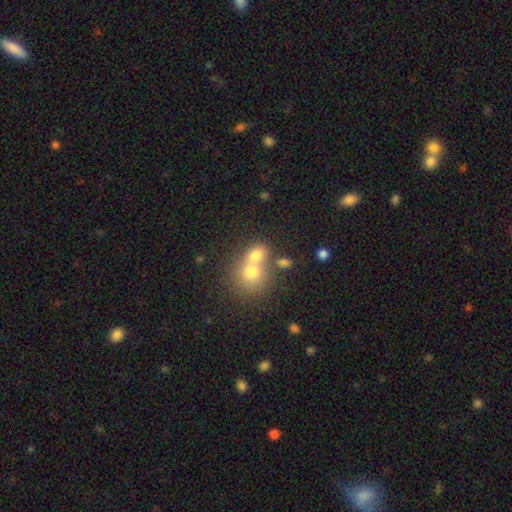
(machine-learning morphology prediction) This is likely a smooth galaxy (71%). How rounded: possibly round (56%). Merging: likely merger (61%).